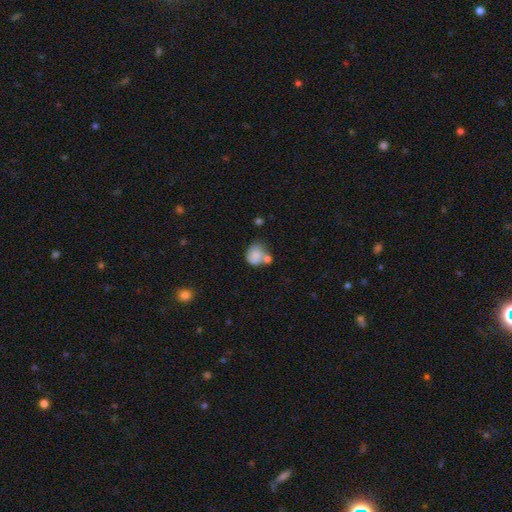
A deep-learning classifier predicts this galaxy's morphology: A smooth galaxy with no disk features (70%) that is round (67%).

Vote fractions:
- Smooth or featured? smooth: 70% / featured or disk: 22% / star or artifact: 9%
- How rounded? round: 67% / in between: 32% / cigar-shaped: 1%
- Merging? merger: 35% (tied) / none: 35% (tied) / minor disturbance: 21% / major disturbance: 9%